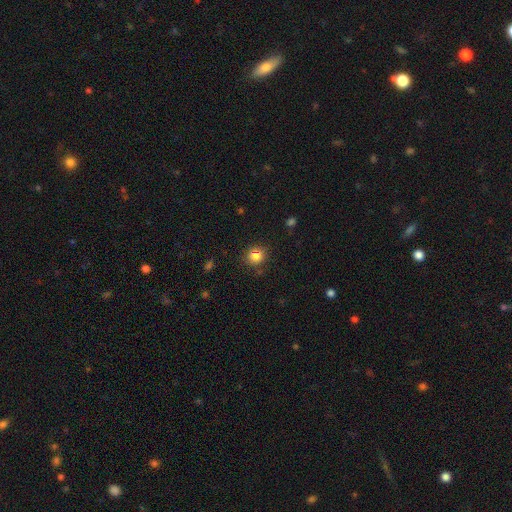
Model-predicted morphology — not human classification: A smooth galaxy with no disk features (80%) that is round (79%). Merging: none (78%).